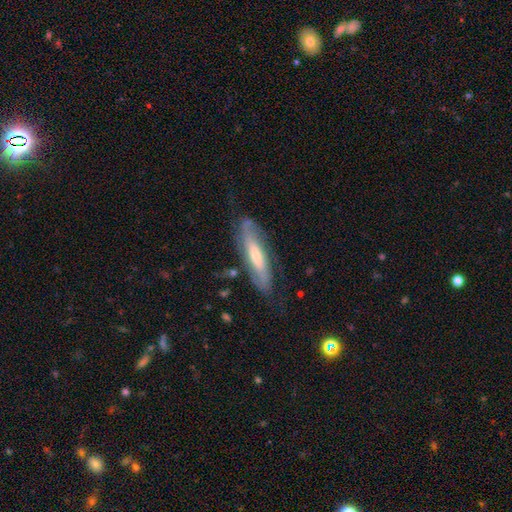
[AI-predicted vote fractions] Morphology: type=featured or disk (61%); edge-on=no (58%); merging=none (72%).